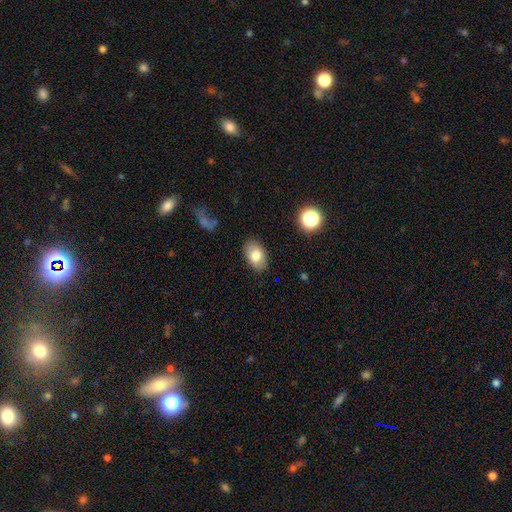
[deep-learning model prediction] smooth 78%, featured or disk 14%, star or artifact 8%. Down the decision tree: how rounded — in between (88%); merging — none (85%).